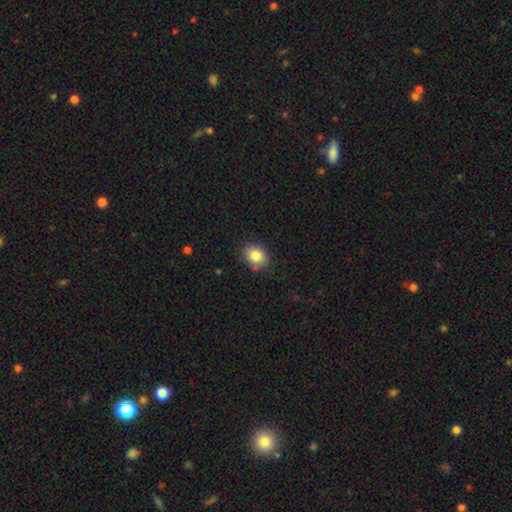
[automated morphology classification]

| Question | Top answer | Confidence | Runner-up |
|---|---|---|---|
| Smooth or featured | smooth | 83% | star or artifact (9%) |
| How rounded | in between | 55% | round (45%) |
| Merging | none | 81% | minor disturbance (13%) |